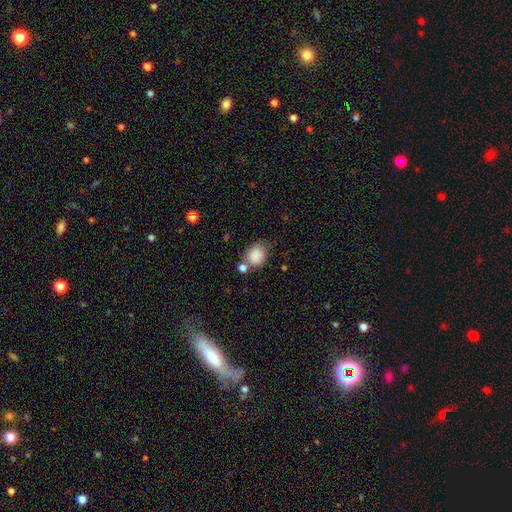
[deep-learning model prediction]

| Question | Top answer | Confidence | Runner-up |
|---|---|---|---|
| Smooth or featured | smooth | 86% | star or artifact (9%) |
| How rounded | round | 56% | in between (43%) |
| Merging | none | 56% | minor disturbance (19%) |